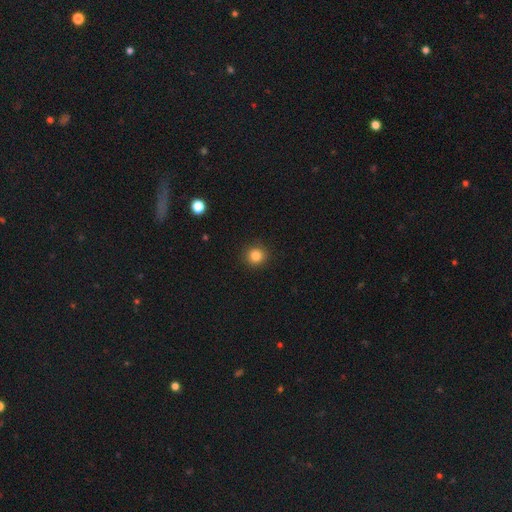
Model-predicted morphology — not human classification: Overall: smooth (83%). How rounded: round (92%). Merging: none (92%).